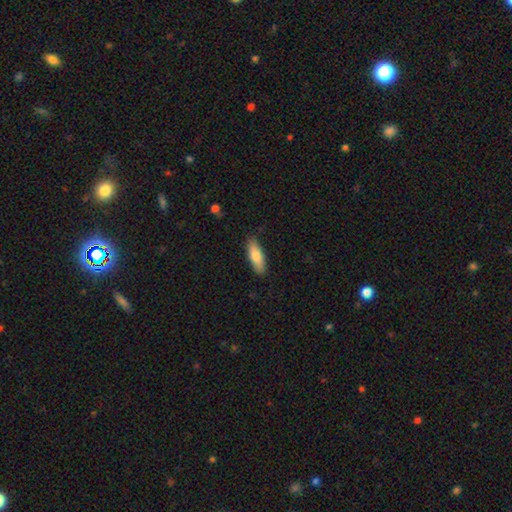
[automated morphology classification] Smooth or featured?
  - smooth: 77% *
  - featured or disk: 17%
  - star or artifact: 6%
How rounded?
  - in between: 57% *
  - cigar-shaped: 41%
  - round: 2%
Merging?
  - none: 86% *
  - minor disturbance: 11%
  - major disturbance: 2%
  - merger: 1%